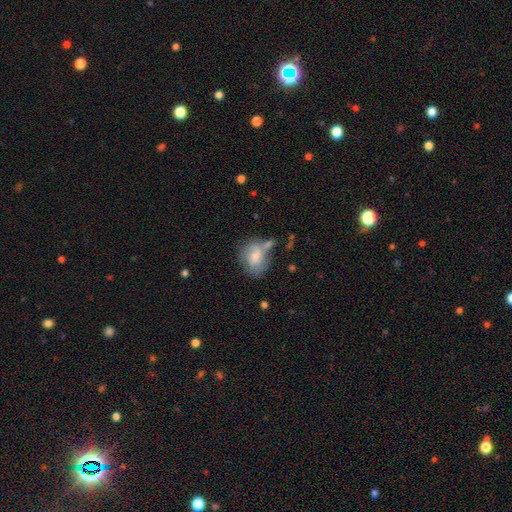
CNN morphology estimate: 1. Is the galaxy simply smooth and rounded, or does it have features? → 68% smooth, 24% featured or disk, 8% star or artifact.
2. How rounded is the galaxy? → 56% in between, 43% round, 1% cigar-shaped.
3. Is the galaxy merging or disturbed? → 45% none, 24% minor disturbance, 19% merger, 11% major disturbance.